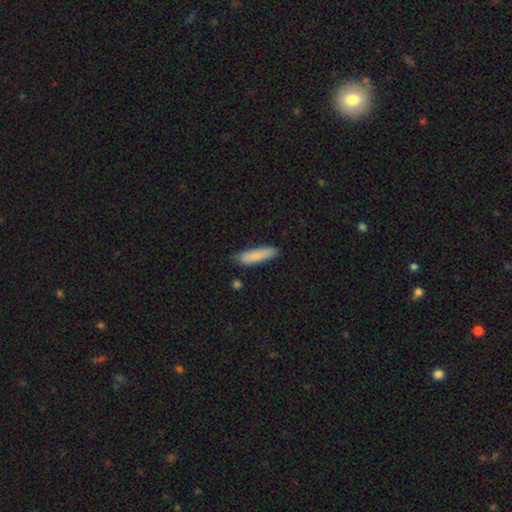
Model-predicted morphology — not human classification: smooth 84%, featured or disk 10%, star or artifact 6%. Down the decision tree: how rounded — cigar-shaped (74%); merging — none (80%).